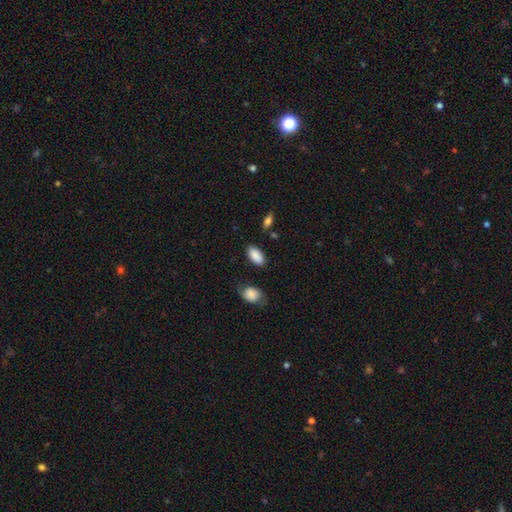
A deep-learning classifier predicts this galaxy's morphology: smooth-or-featured: smooth: 89% | star or artifact: 7% | featured or disk: 5%
  how-rounded: in between: 93% | cigar-shaped: 4% | round: 3%
  merging: none: 82% | minor disturbance: 13% | major disturbance: 3% | merger: 3%